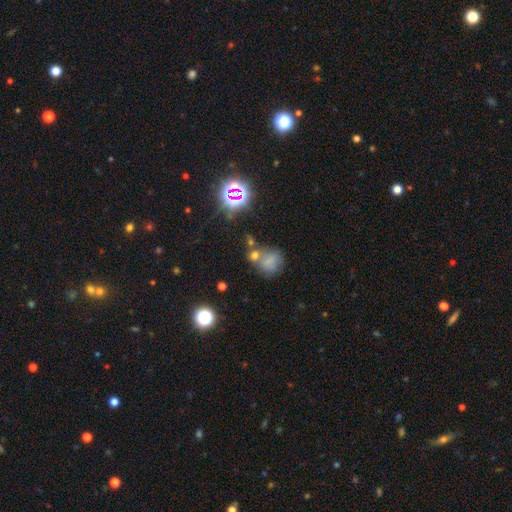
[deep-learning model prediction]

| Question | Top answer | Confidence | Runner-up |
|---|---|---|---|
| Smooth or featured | smooth | 48% | star or artifact (35%) |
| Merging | none | 51% | merger (25%) |